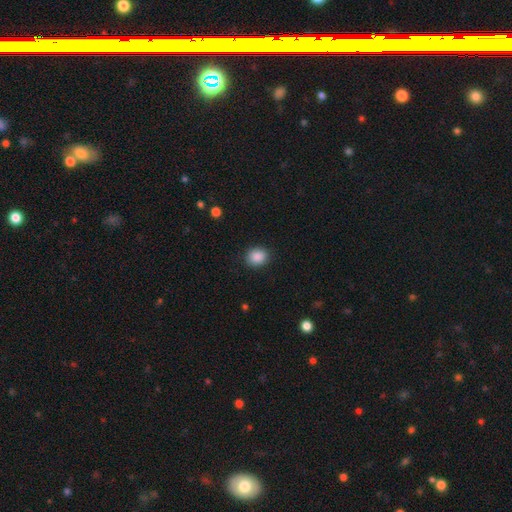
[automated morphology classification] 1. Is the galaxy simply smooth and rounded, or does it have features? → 88% smooth, 9% star or artifact, 3% featured or disk.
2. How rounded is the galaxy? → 62% round, 37% in between, 1% cigar-shaped.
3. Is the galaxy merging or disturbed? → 89% none, 8% minor disturbance, 2% major disturbance, 1% merger.